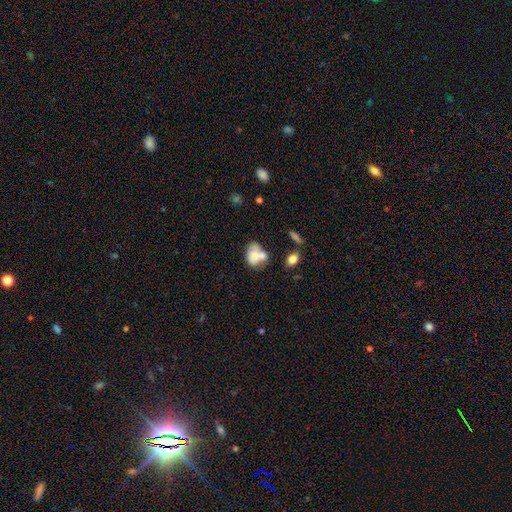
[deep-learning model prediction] smooth 63%, featured or disk 28%, star or artifact 9%. Down the decision tree: how rounded — in between (70%); merging — merger (41%).